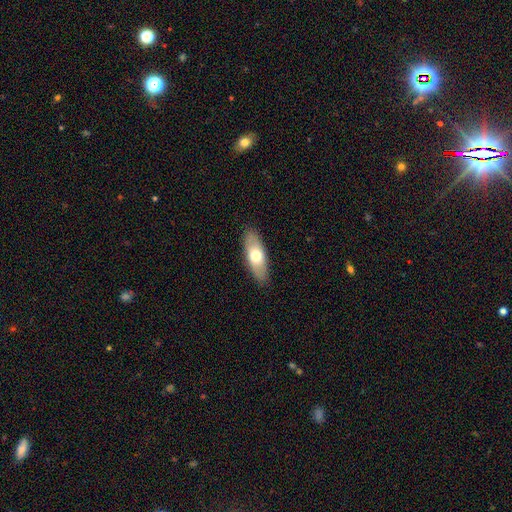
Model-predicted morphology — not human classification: This is likely a smooth galaxy (63%). How rounded: likely in between (71%). Merging: clearly none (88%).